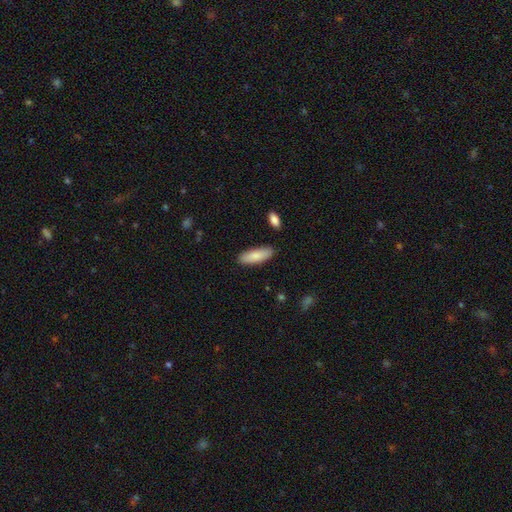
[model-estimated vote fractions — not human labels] smooth-or-featured: smooth: 85% | featured or disk: 10% | star or artifact: 5%
  how-rounded: in between: 59% | cigar-shaped: 39% | round: 2%
  merging: none: 86% | minor disturbance: 10% | major disturbance: 2% | merger: 2%